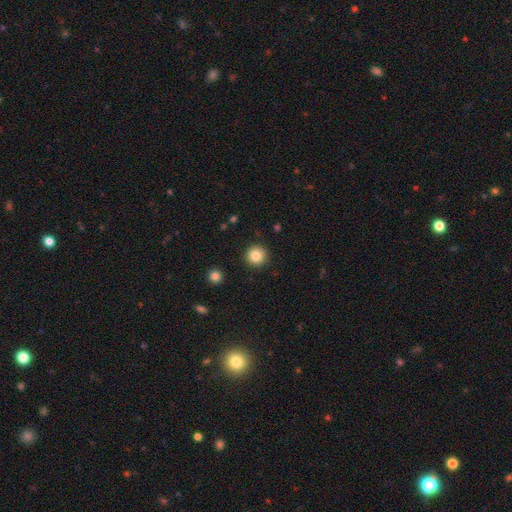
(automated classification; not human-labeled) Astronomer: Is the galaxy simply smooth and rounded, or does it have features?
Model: smooth — 84%.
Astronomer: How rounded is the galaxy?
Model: round — 95%.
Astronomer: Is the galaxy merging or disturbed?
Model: none — 91%.